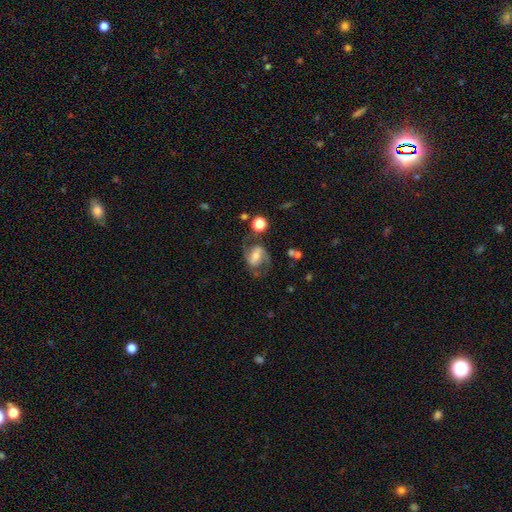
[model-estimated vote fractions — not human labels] A featured or disk galaxy (71%) with a weak bar (42%), 2 (89%) medium (54%) spiral arms (91%) and a moderate central bulge (44%). Merging: none (63%).